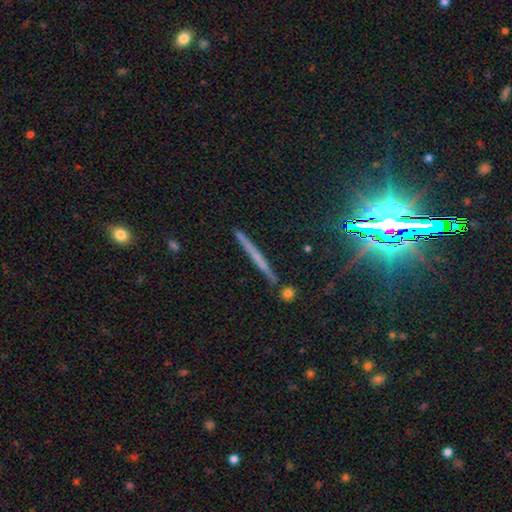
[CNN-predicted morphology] Smooth or featured? featured or disk (47%)
Merging? none (86%)